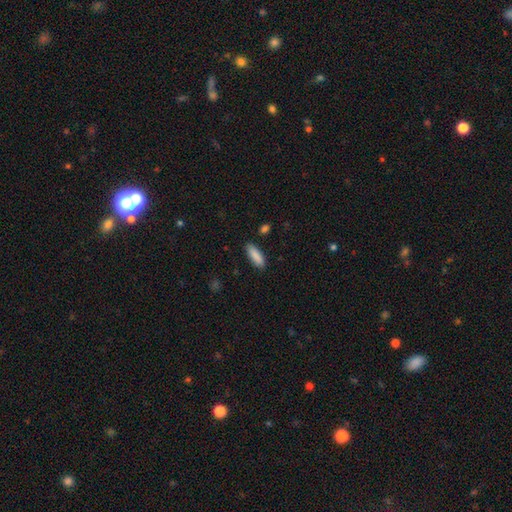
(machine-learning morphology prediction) The model was most divided on "how rounded": in between: 52%, cigar-shaped: 46%, round: 2%. More confident: smooth or featured — smooth (89%); merging — none (87%).